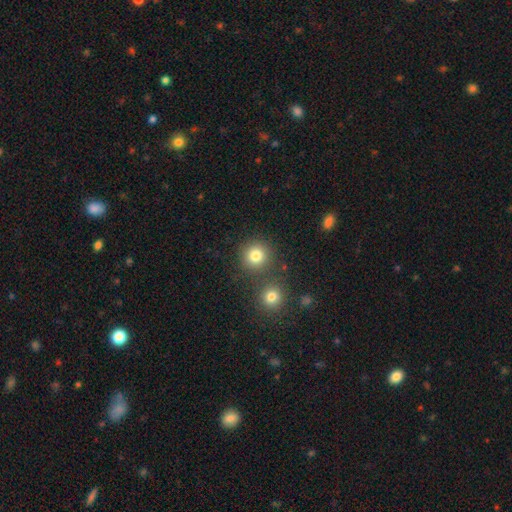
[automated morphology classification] This appears to be a smooth galaxy with no disk features (82%) that is round (92%). Merging: none (78%).